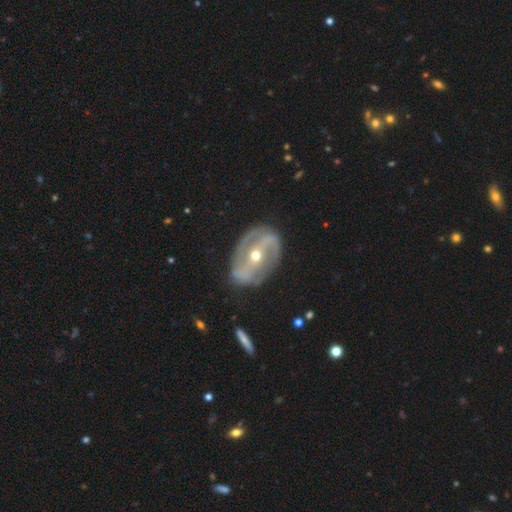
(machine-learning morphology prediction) Smooth or featured? Predicted: featured or disk (p=0.86). Edge-on disk? Predicted: no (p=0.94). Bar? Predicted: strong (p=0.54). Spiral arms? Predicted: yes (p=0.85). Spiral winding? Predicted: medium (p=0.42). Spiral arm count? Predicted: 2 (p=0.84). Bulge size? Predicted: moderate (p=0.55). Merging? Predicted: none (p=0.74).